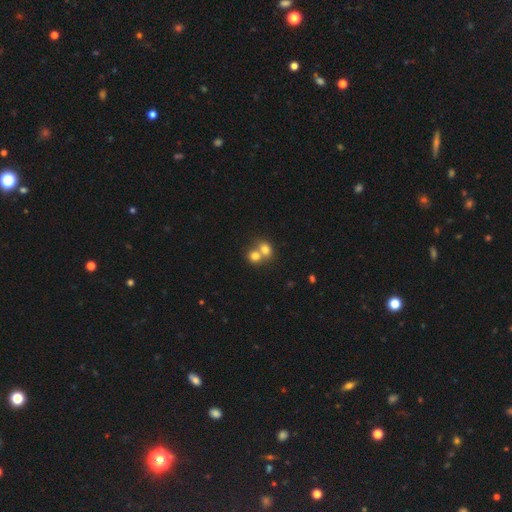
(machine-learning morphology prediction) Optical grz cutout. It shows a smooth galaxy with no disk features (76%) that is round (67%). Merging: merger (64%).